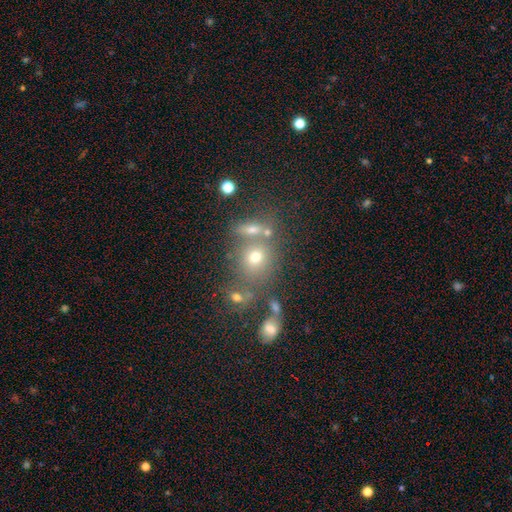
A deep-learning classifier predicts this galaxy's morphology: A smooth galaxy with no disk features (57%) that is round (71%). Merging: none (51%).